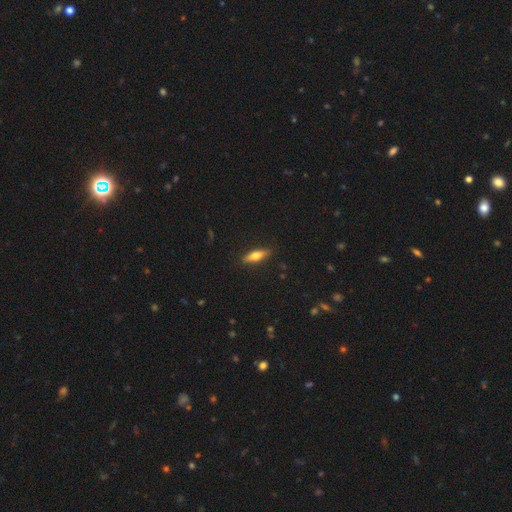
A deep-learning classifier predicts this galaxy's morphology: smooth_or_featured: smooth (p=0.62) [alt: featured or disk p=0.32]
how_rounded: cigar-shaped (p=0.57) [alt: in between p=0.41]
merging: none (p=0.89) [alt: minor disturbance p=0.08]